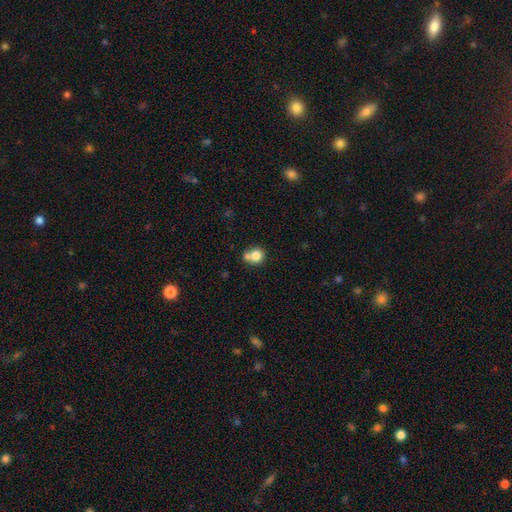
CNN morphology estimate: Smooth or featured? Predicted: smooth (p=0.79). How rounded? Predicted: round (p=0.82). Merging? Predicted: none (p=0.46).